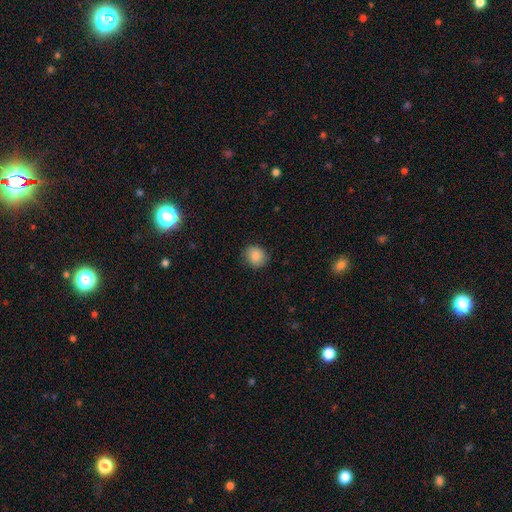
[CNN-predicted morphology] type=smooth (86%); roundness=round (79%); merging=none (86%).